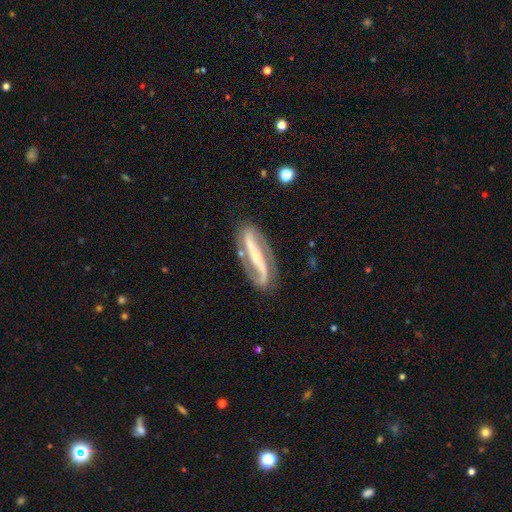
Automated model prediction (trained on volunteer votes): This is clearly a featured or disk galaxy (90%). It is clearly not viewed edge-on (89%). Bar: likely strong (72%). Spiral arm pattern: clearly yes (96%). Spiral arm count: clearly 2 (92%). Spiral winding: marginally medium (45%). Central bulge: likely small (61%). Merging: clearly none (83%).